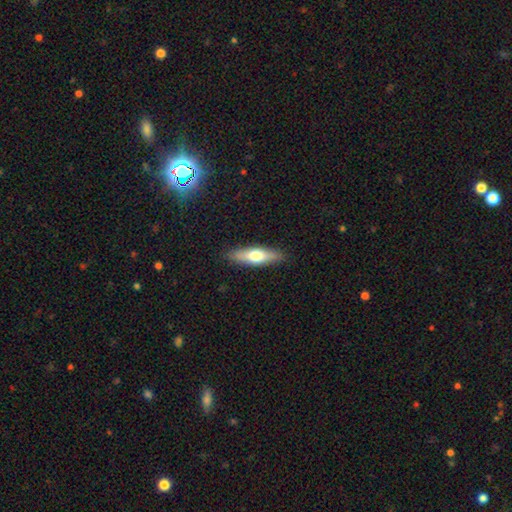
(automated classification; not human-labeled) Smooth or featured: smooth — 60% (featured or disk — 35%)
How rounded: cigar-shaped — 60% (in between — 38%)
Merging: none — 88% (minor disturbance — 9%)